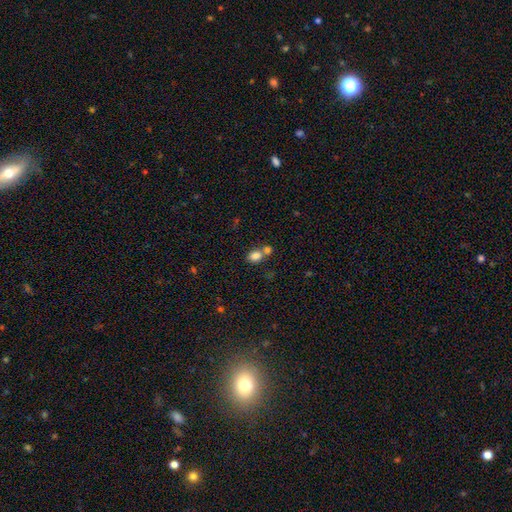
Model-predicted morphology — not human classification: Smooth or featured? Predicted: smooth (p=0.81). How rounded? Predicted: in between (p=0.61). Merging? Predicted: merger (p=0.45).